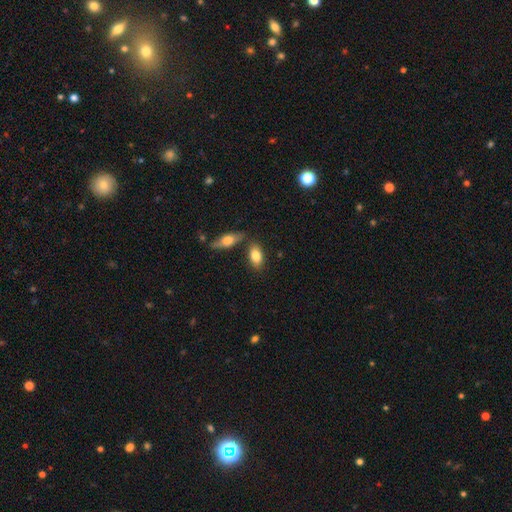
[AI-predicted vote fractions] Smooth or featured? Predicted: smooth (p=0.79). How rounded? Predicted: in between (p=0.89). Merging? Predicted: none (p=0.71).